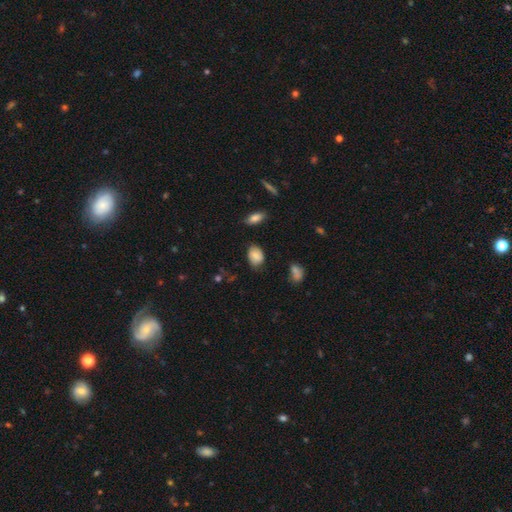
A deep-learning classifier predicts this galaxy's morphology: smooth 80%, featured or disk 11%, star or artifact 9%. Down the decision tree: how rounded — in between (77%); merging — none (71%).